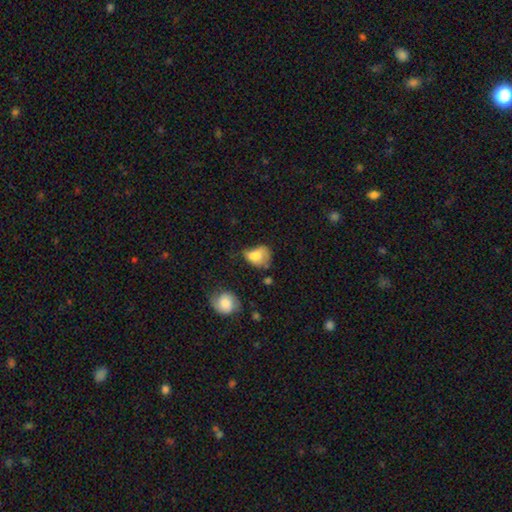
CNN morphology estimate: A smooth galaxy with no disk features (71%) that is in between round and cigar-shaped (64%). Merging: minor disturbance (33%).